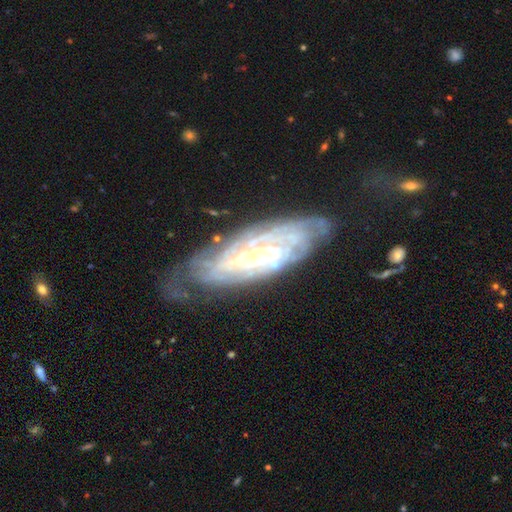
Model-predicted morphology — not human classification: The model was most divided on "bulge size": small: 43%, none: 28%, moderate: 21%, large: 7%, dominant: 2%. More confident: spiral arms — yes (83%); edge-on disk — no (81%); smooth or featured — featured or disk (76%); spiral winding — tight (71%); spiral arm count — can't tell (60%); merging — none (56%); bar — no (51%).